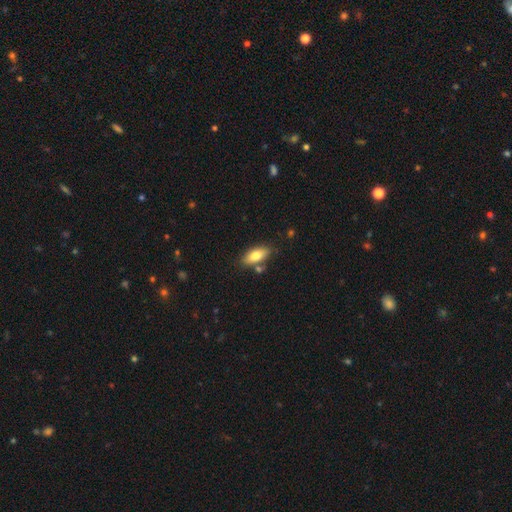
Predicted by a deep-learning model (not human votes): The model was most divided on "smooth or featured": smooth: 76%, featured or disk: 17%, star or artifact: 7%. More confident: how rounded — in between (86%); merging — none (75%).